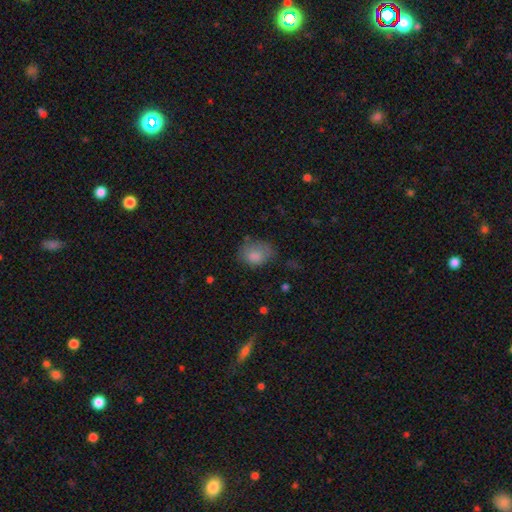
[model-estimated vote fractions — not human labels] Overall: smooth (79%). How rounded: in between (60%; round 39%). Merging: none (47%; minor disturbance 32%).